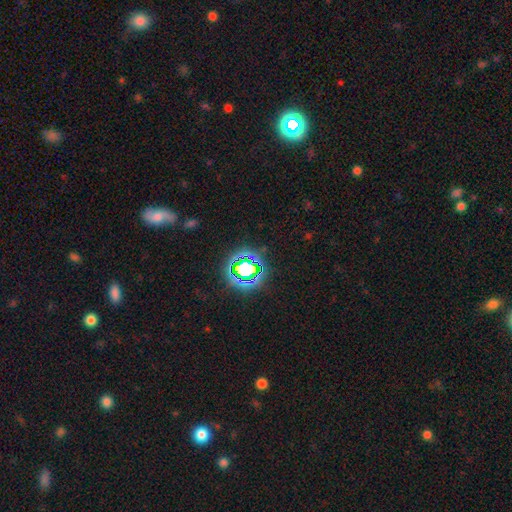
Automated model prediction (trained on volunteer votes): Smooth or featured: star or artifact — 75% (smooth — 17%)